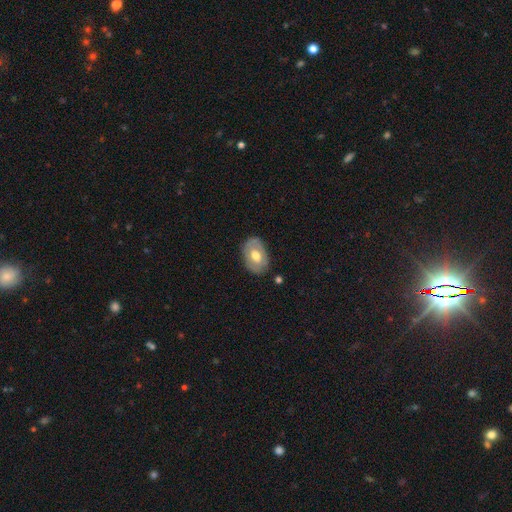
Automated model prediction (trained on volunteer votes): This appears to be a smooth galaxy with no disk features (48%). Merging: none (79%).